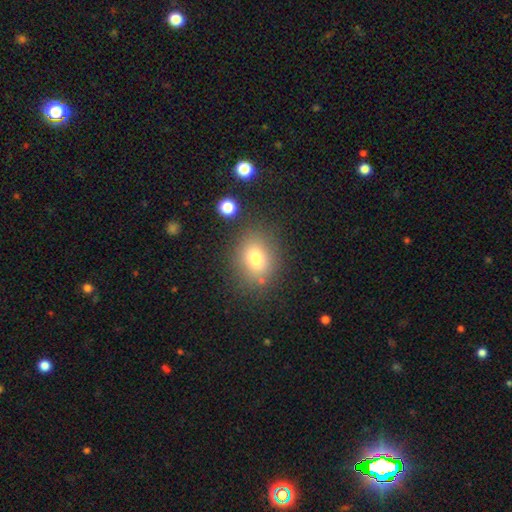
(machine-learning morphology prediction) type=smooth (67%); roundness=in between (51%); merging=none (87%).